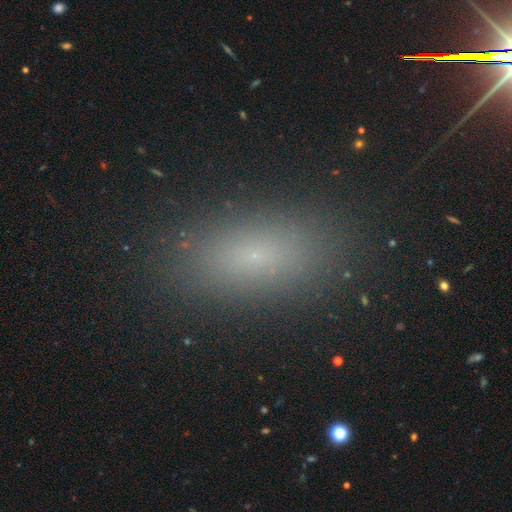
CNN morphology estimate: A smooth galaxy with no disk features (65%) that is in between round and cigar-shaped (80%). Merging: none (87%).